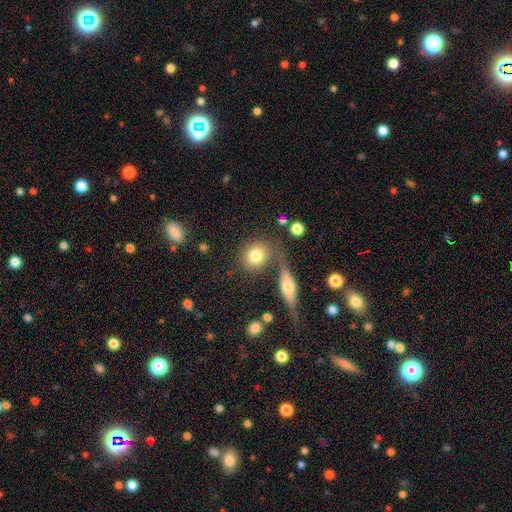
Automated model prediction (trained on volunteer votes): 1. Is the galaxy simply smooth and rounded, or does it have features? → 80% smooth, 11% featured or disk, 9% star or artifact.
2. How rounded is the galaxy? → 70% round, 27% in between, 3% cigar-shaped.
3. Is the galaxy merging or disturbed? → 64% none, 20% merger, 11% minor disturbance, 5% major disturbance.